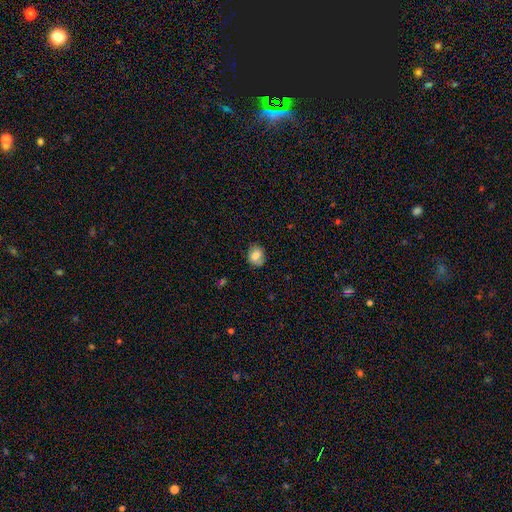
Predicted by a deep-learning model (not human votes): smooth 75%, featured or disk 15%, star or artifact 9%. Down the decision tree: how rounded — round (57%); merging — none (73%).